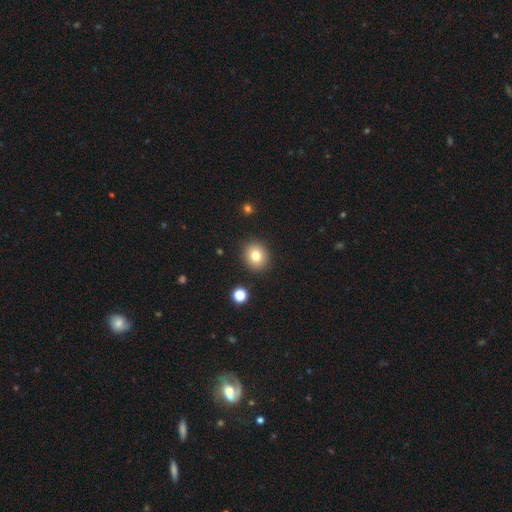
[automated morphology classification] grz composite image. It shows a smooth galaxy with no disk features (79%) that is round (74%). Merging: none (90%).